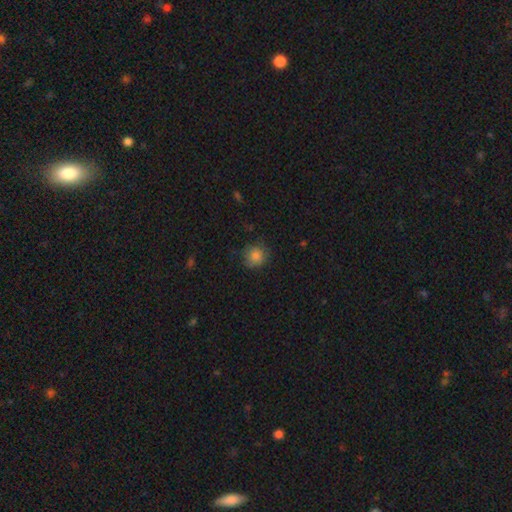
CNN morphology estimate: smooth-or-featured: smooth: 84% | star or artifact: 10% | featured or disk: 6%
  how-rounded: round: 87% | in between: 12% | cigar-shaped: 1%
  merging: none: 76% | minor disturbance: 18% | major disturbance: 5% | merger: 1%